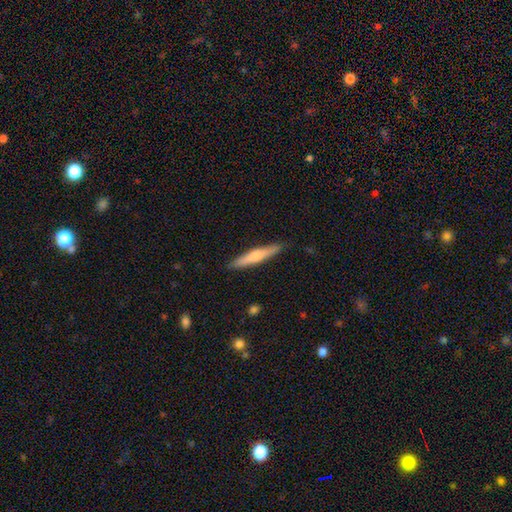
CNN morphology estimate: A smooth galaxy with no disk features (50%) that is cigar-shaped (92%). Merging: none (89%).